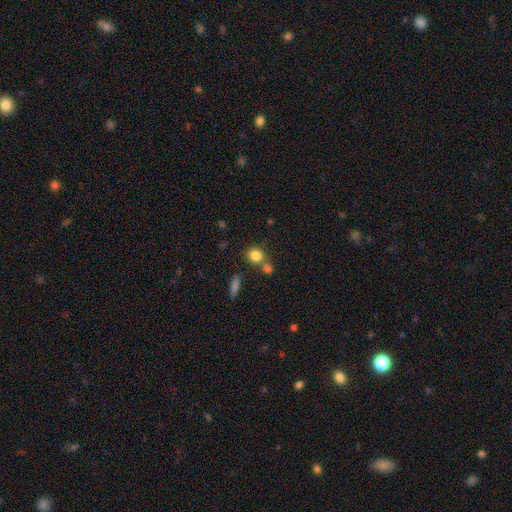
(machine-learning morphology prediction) smooth 82%, star or artifact 10%, featured or disk 7%. Down the decision tree: how rounded — round (79%); merging — none (57%).